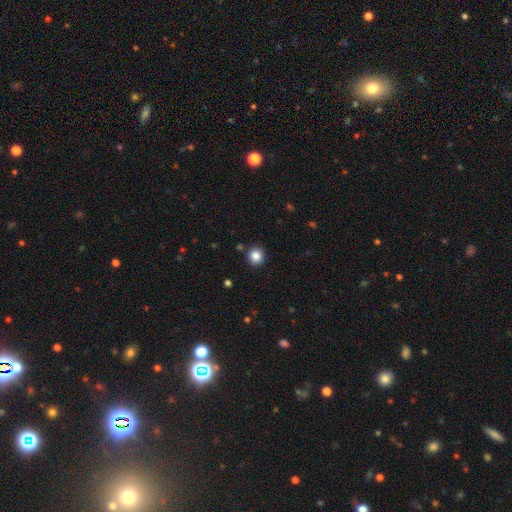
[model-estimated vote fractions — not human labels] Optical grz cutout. It shows a smooth galaxy with no disk features (84%) that is round (90%). Merging: none (91%).